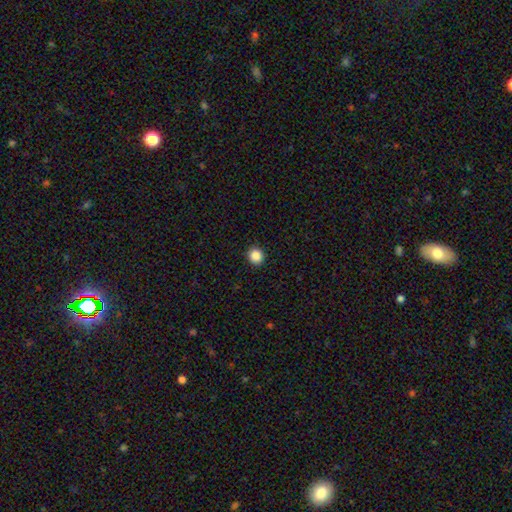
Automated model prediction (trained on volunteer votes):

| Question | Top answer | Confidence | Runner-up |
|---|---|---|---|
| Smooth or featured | smooth | 87% | star or artifact (10%) |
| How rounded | round | 87% | in between (12%) |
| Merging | none | 92% | minor disturbance (5%) |